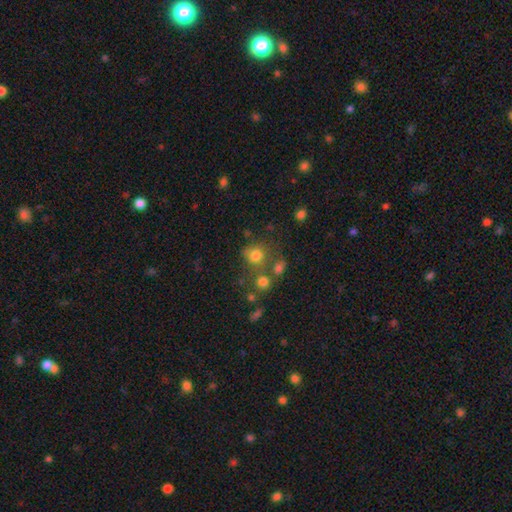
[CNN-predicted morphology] Overall: smooth (75%). How rounded: round (85%). Merging: none (60%; merger 20%).